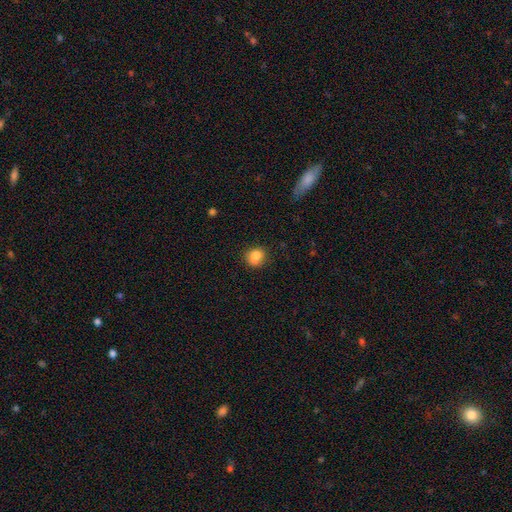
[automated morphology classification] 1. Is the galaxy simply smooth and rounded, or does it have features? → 80% smooth, 11% star or artifact, 10% featured or disk.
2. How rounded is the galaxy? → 79% round, 20% in between, 1% cigar-shaped.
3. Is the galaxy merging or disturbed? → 66% none, 21% minor disturbance, 8% merger, 5% major disturbance.